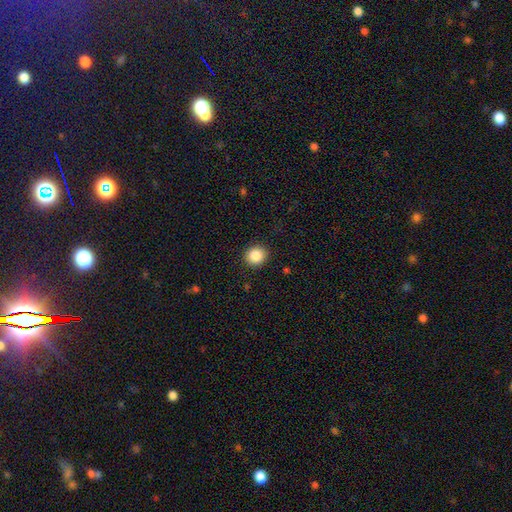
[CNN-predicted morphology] Smooth or featured? Predicted: smooth (p=0.86). How rounded? Predicted: round (p=0.87). Merging? Predicted: none (p=0.91).